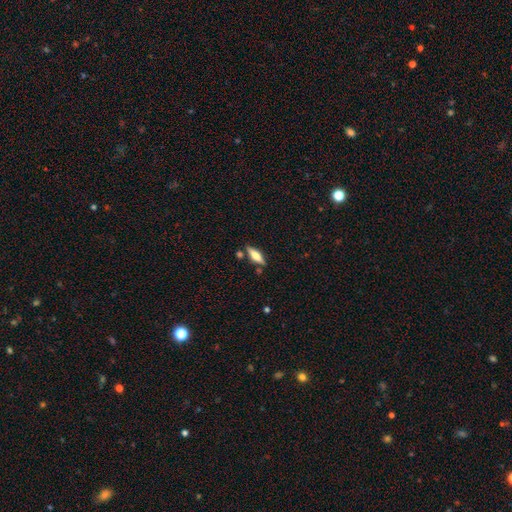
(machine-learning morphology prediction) type=featured or disk (47%); merging=none (79%).